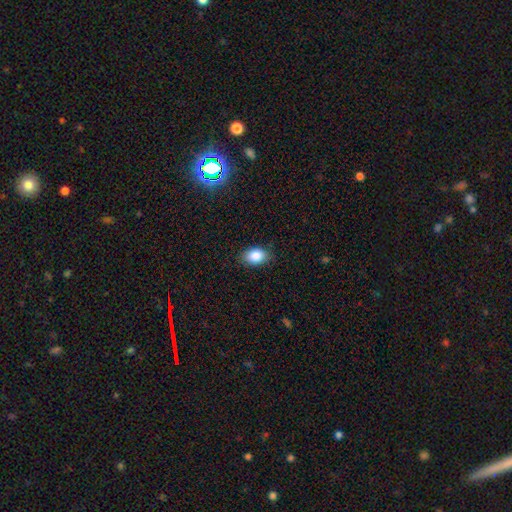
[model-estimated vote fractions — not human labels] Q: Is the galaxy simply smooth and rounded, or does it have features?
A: smooth — 87%.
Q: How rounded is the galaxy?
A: in between — 81%.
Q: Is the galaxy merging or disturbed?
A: none — 86%.